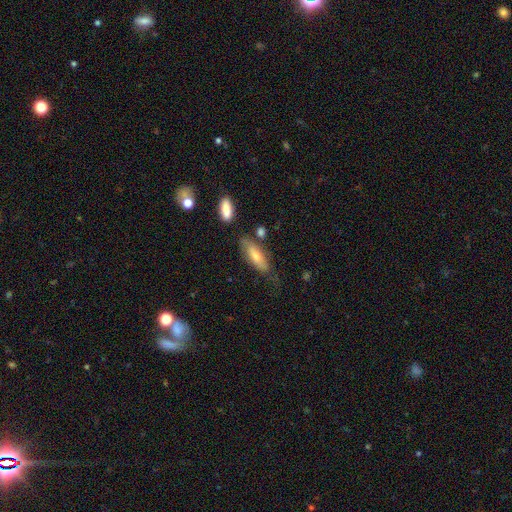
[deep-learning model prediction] Smooth or featured: smooth — 59% (featured or disk — 33%)
How rounded: in between — 55% (cigar-shaped — 43%)
Merging: none — 62% (minor disturbance — 24%)